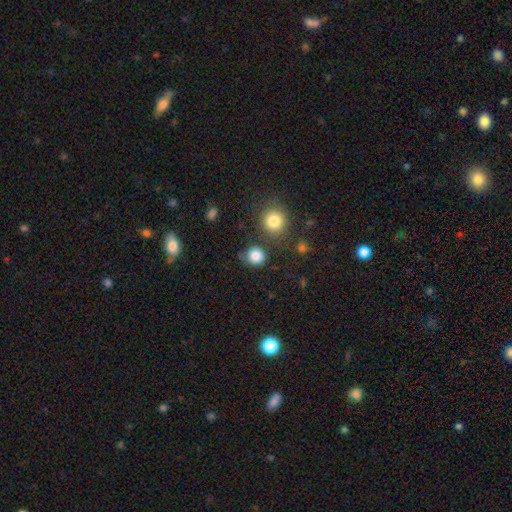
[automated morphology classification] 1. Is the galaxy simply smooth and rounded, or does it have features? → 84% smooth, 11% star or artifact, 4% featured or disk.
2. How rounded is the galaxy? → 88% round, 11% in between, 1% cigar-shaped.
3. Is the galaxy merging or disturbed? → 75% none, 14% minor disturbance, 7% merger, 5% major disturbance.